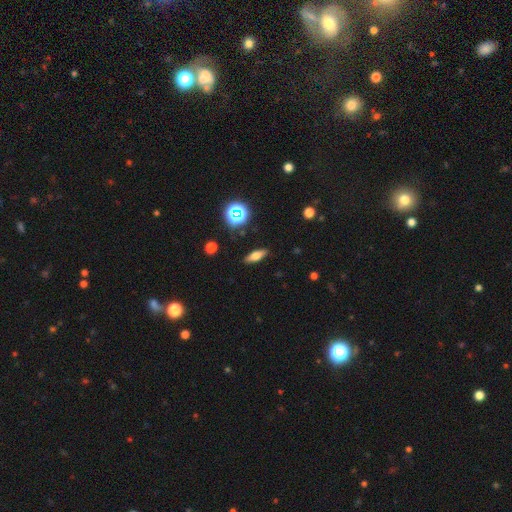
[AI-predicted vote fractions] The model was most divided on "how rounded": in between: 51%, cigar-shaped: 43%, round: 6%. More confident: merging — none (88%); smooth or featured — smooth (61%).